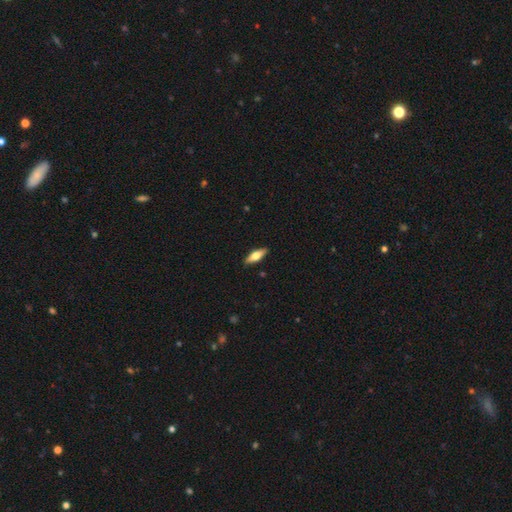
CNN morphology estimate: This is possibly a smooth galaxy (50%). Merging: clearly none (89%).